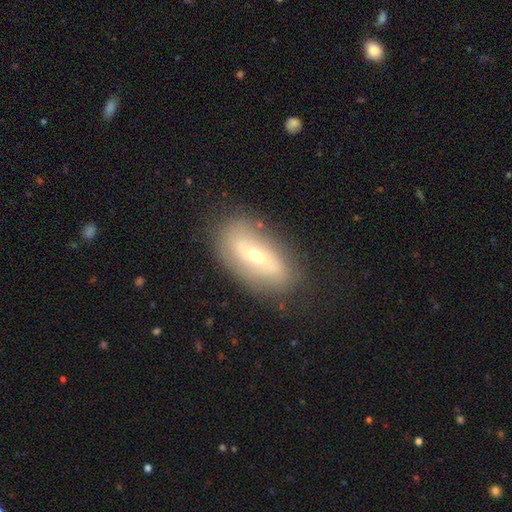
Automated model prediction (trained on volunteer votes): This is possibly a featured or disk galaxy (53%). It is clearly not viewed edge-on (81%). Merging: likely none (78%).